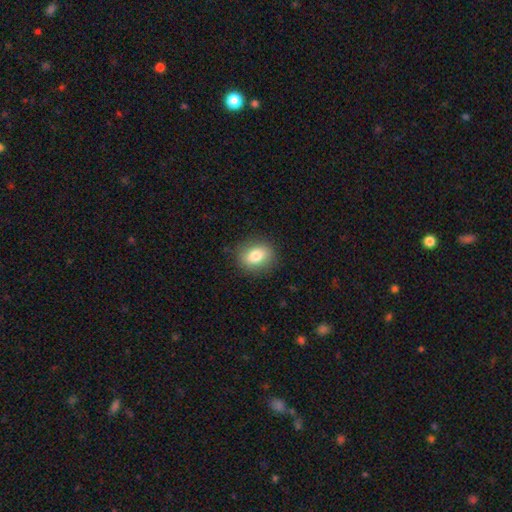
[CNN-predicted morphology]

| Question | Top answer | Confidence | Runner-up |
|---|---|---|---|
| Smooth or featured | smooth | 79% | featured or disk (12%) |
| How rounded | in between | 52% | round (47%) |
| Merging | none | 87% | minor disturbance (9%) |